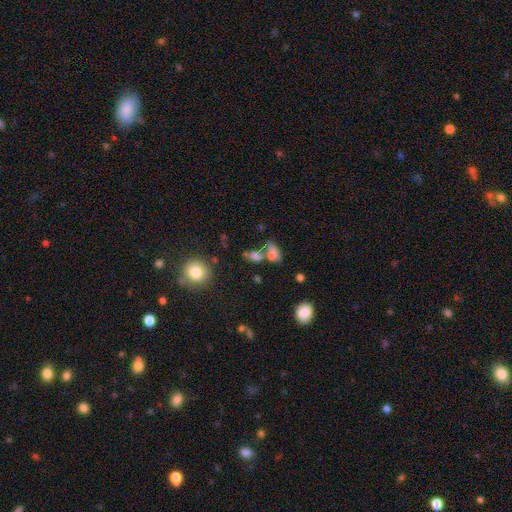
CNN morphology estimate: Overall: smooth (64%). How rounded: in between (69%). Merging: merger (47%; none 31%).